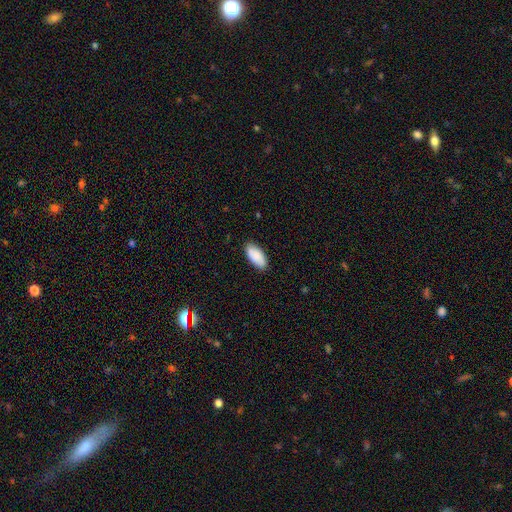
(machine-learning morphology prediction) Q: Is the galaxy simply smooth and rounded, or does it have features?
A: smooth — 87%.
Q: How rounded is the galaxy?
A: in between — 93%.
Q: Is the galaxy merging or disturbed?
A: none — 85%.